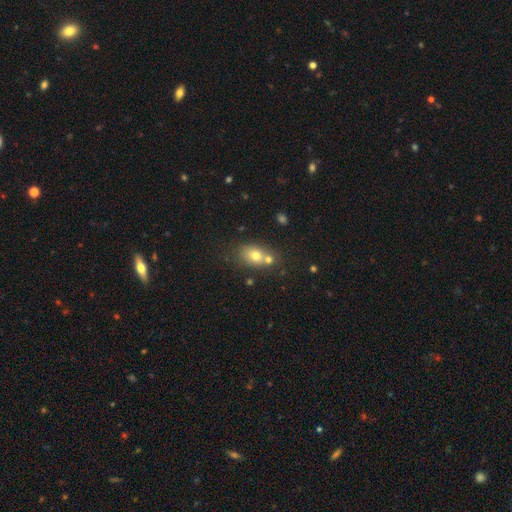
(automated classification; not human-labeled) smooth 71%, featured or disk 17%, star or artifact 12%. Down the decision tree: how rounded — in between (66%); merging — none (49%).